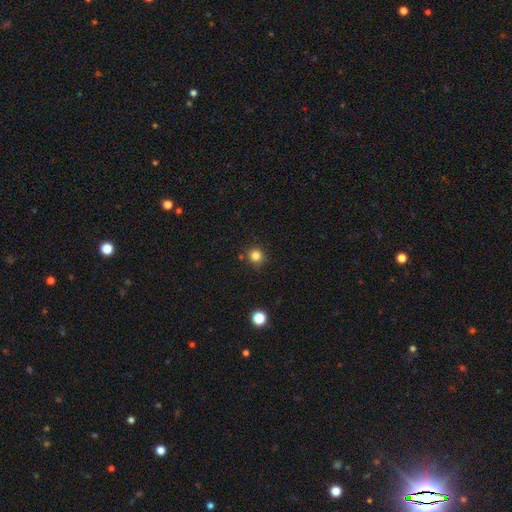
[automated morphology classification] A smooth galaxy with no disk features (82%) that is round (93%). Merging: none (85%).